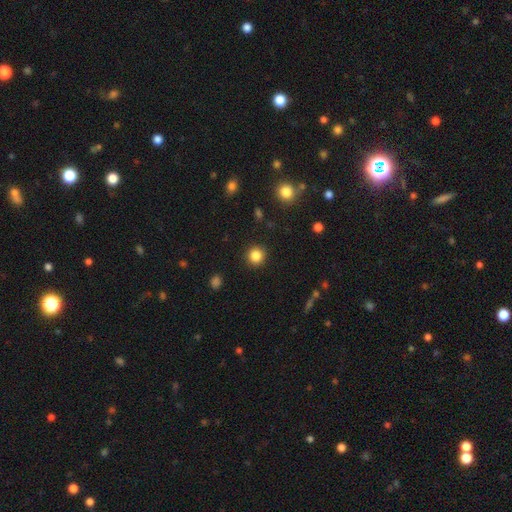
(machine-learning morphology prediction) Smooth or featured? Predicted: smooth (p=0.85). How rounded? Predicted: round (p=0.93). Merging? Predicted: none (p=0.92).